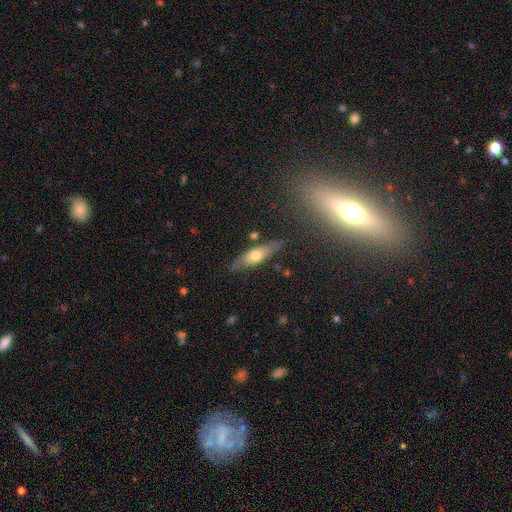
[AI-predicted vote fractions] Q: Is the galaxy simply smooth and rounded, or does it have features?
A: smooth — 54%.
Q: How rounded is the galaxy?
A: in between — 53%.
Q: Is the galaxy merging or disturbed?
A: none — 76%.